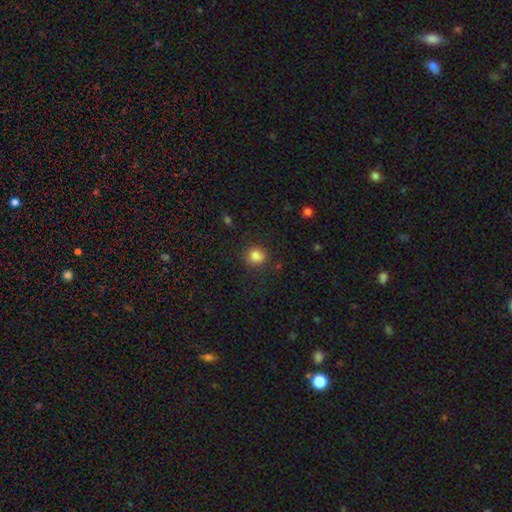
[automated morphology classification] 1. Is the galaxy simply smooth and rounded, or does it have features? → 84% smooth, 11% star or artifact, 5% featured or disk.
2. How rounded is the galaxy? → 80% round, 19% in between, 1% cigar-shaped.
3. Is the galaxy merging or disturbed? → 81% none, 13% minor disturbance, 4% major disturbance, 3% merger.